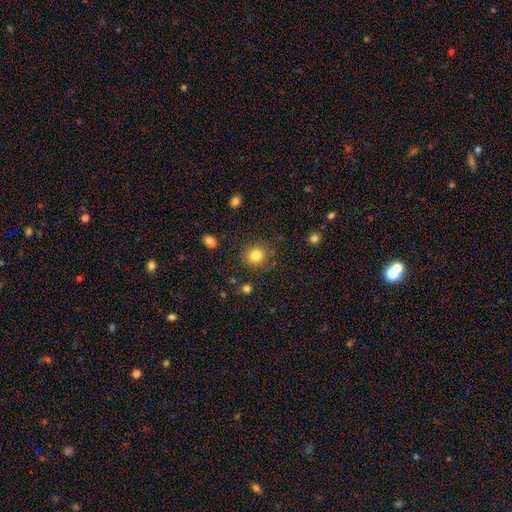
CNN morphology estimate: Smooth or featured?
  - smooth: 82% *
  - star or artifact: 11%
  - featured or disk: 6%
How rounded?
  - round: 89% *
  - in between: 10%
  - cigar-shaped: 1%
Merging?
  - none: 83% *
  - minor disturbance: 11%
  - major disturbance: 4%
  - merger: 2%